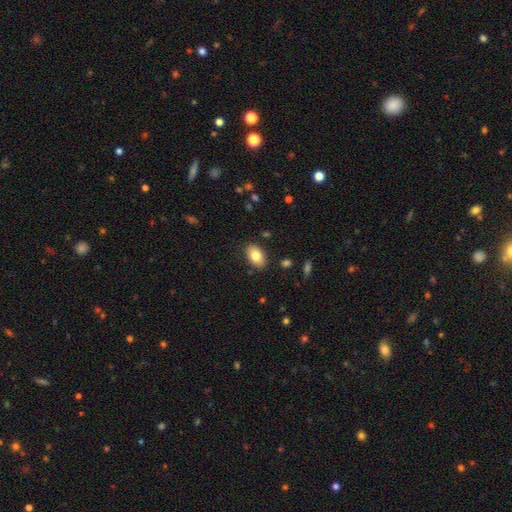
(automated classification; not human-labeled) This is clearly a smooth galaxy (81%). How rounded: clearly in between (90%). Merging: clearly none (87%).